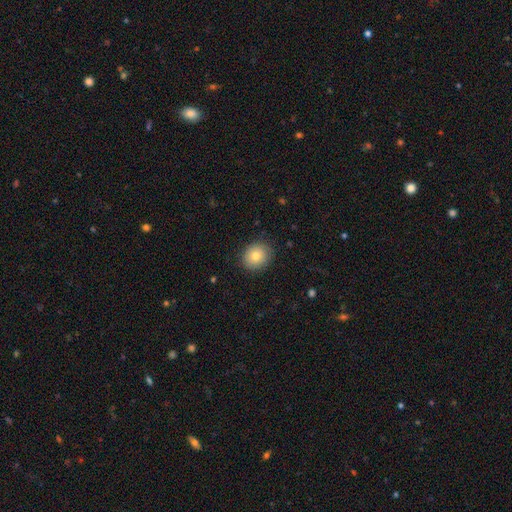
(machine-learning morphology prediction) smooth 78%, featured or disk 12%, star or artifact 9%. Down the decision tree: how rounded — round (74%); merging — none (86%).